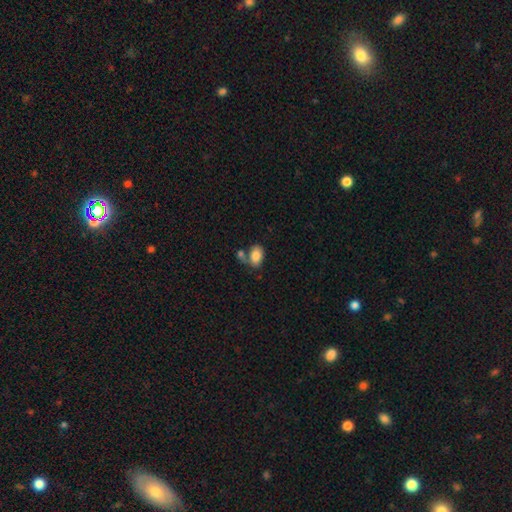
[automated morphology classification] Smooth or featured? smooth (84%)
How rounded? in between (85%)
Merging? none (49%)